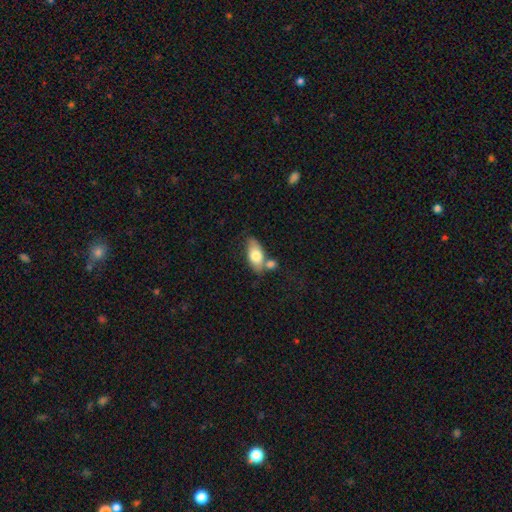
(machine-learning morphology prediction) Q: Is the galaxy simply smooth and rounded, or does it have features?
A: smooth — 74%.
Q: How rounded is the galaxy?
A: in between — 89%.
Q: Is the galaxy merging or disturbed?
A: none — 50%.